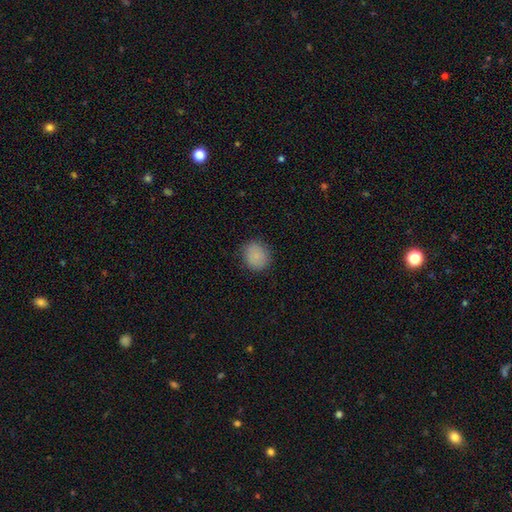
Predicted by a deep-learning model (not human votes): This is clearly a smooth galaxy (85%). How rounded: likely round (78%). Merging: clearly none (84%).